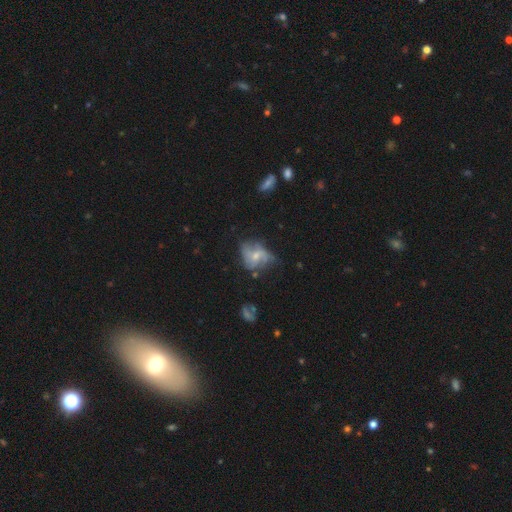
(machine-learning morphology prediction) smooth_or_featured: featured or disk (p=0.56) [alt: smooth p=0.34]
disk_edge_on: no (p=0.96) [alt: yes p=0.04]
bar: no (p=0.64) [alt: weak p=0.30]
has_spiral_arms: yes (p=0.58) [alt: no p=0.42]
bulge_size: small (p=0.47) [alt: moderate p=0.42]
merging: none (p=0.39) [alt: minor disturbance p=0.29]